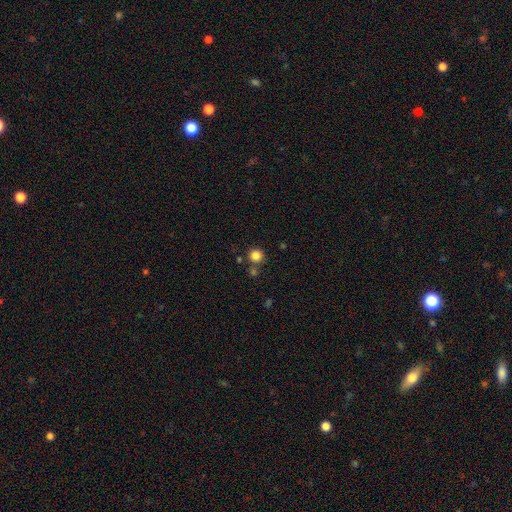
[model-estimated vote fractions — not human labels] smooth-or-featured: smooth: 83% | star or artifact: 13% | featured or disk: 4%
  how-rounded: round: 94% | in between: 5% | cigar-shaped: 1%
  merging: none: 77% | merger: 12% | minor disturbance: 8% | major disturbance: 3%